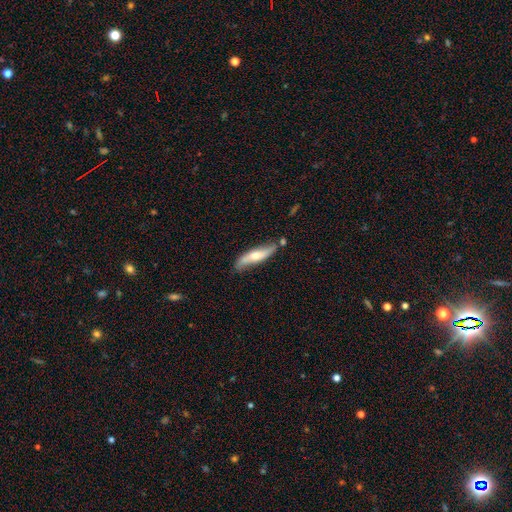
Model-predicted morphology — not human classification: Smooth or featured? smooth (49%)
Merging? none (65%)